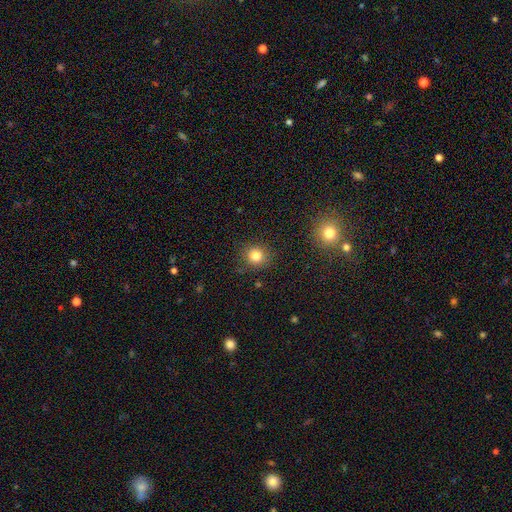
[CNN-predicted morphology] Q: Smooth or featured?
A: smooth (81%); runner-up: star or artifact (13%)
Q: How rounded?
A: round (88%); runner-up: in between (11%)
Q: Merging?
A: none (88%); runner-up: minor disturbance (8%)